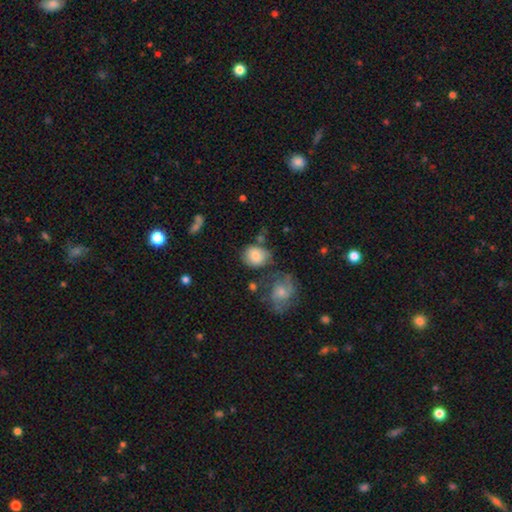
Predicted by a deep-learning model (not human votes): The model was most divided on "how rounded": round: 67%, in between: 32%, cigar-shaped: 1%. More confident: smooth or featured — smooth (75%); merging — none (59%).